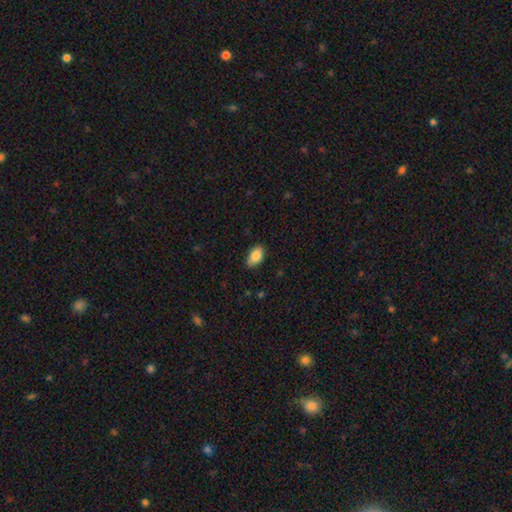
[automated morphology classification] smooth 86%, star or artifact 8%, featured or disk 6%. Down the decision tree: how rounded — in between (89%); merging — none (77%).